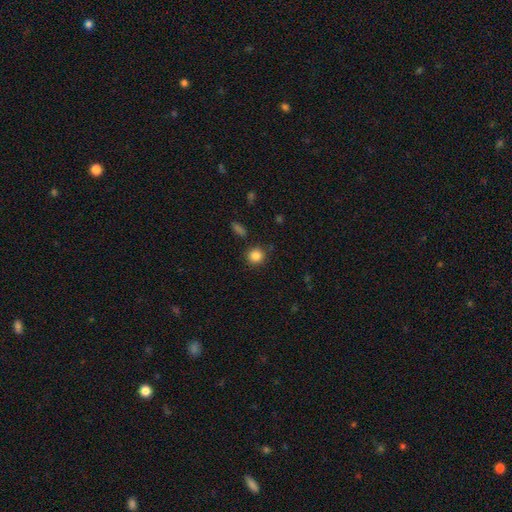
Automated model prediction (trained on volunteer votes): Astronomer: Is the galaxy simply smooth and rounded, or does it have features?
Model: smooth — 85%.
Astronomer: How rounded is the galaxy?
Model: round — 91%.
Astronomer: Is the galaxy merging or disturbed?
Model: none — 86%.